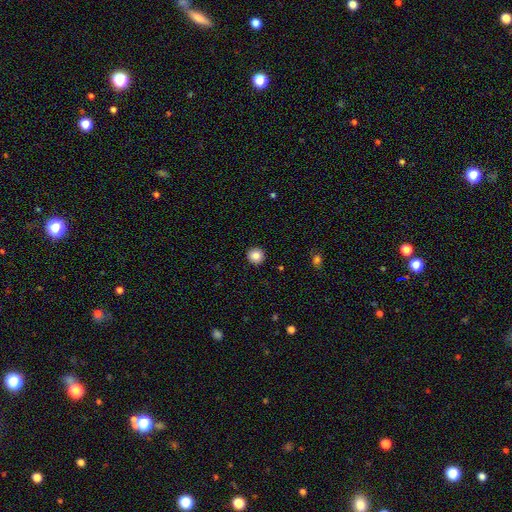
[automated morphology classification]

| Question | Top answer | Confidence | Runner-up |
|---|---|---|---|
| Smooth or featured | smooth | 86% | star or artifact (10%) |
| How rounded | round | 95% | in between (4%) |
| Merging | none | 93% | minor disturbance (5%) |